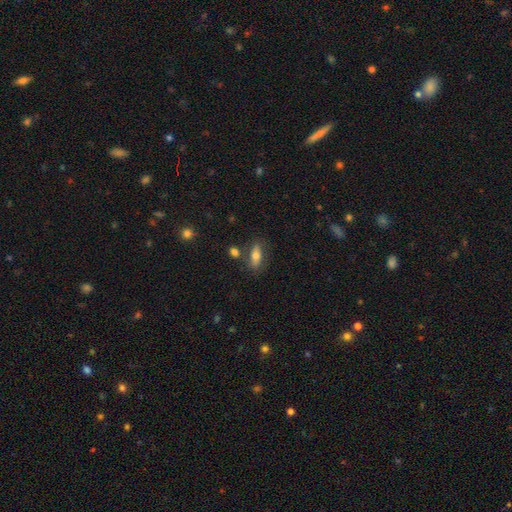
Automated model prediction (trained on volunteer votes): Overall: smooth (67%). How rounded: in between (71%). Merging: none (72%).